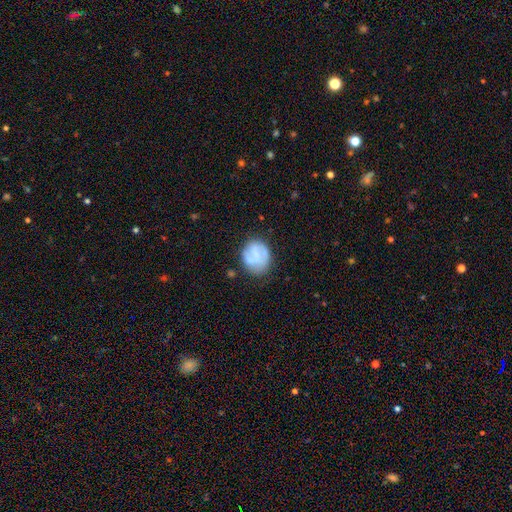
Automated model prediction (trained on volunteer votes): A smooth galaxy with no disk features (51%) that is round (69%).

Vote fractions:
- Smooth or featured? smooth: 51% / featured or disk: 41% / star or artifact: 9%
- How rounded? round: 69% / in between: 30% / cigar-shaped: 1%
- Merging? none: 62% / minor disturbance: 24% / major disturbance: 11% / merger: 3%